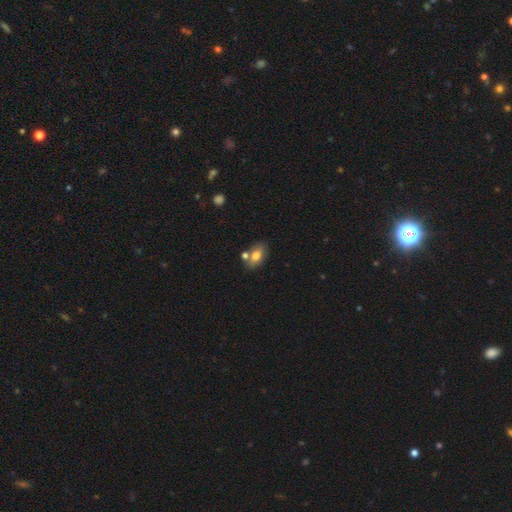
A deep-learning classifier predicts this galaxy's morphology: The model was most divided on "merging": none: 67%, merger: 18%, minor disturbance: 12%, major disturbance: 3%. More confident: how rounded — in between (85%); smooth or featured — smooth (73%).